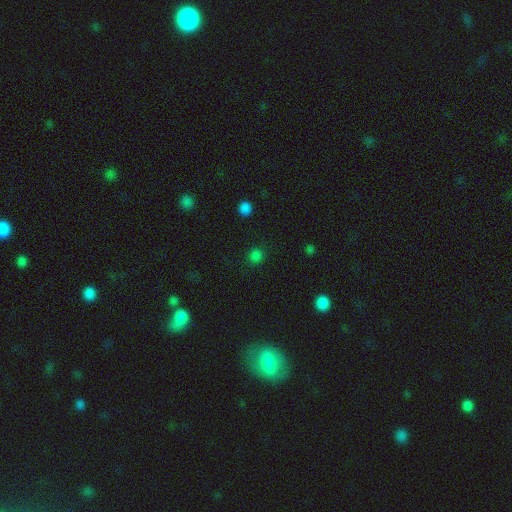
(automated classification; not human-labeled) Smooth or featured: smooth — 76% (star or artifact — 20%)
How rounded: round — 90% (in between — 9%)
Merging: none — 88% (minor disturbance — 7%)